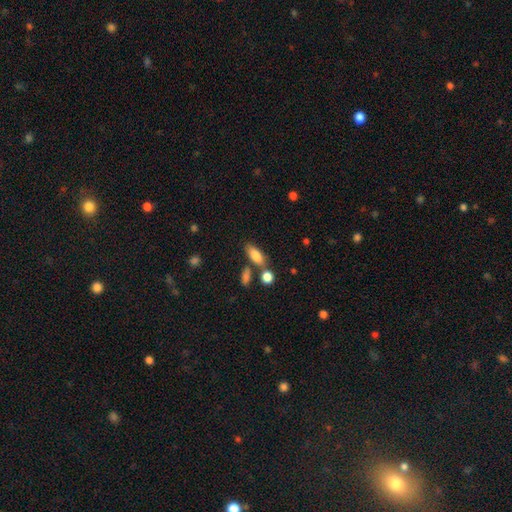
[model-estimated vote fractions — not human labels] A smooth galaxy with no disk features (82%) that is in between round and cigar-shaped (78%).

Vote fractions:
- Smooth or featured? smooth: 82% / featured or disk: 11% / star or artifact: 8%
- How rounded? in between: 78% / cigar-shaped: 18% / round: 5%
- Merging? none: 63% / merger: 19% / minor disturbance: 14% / major disturbance: 5%